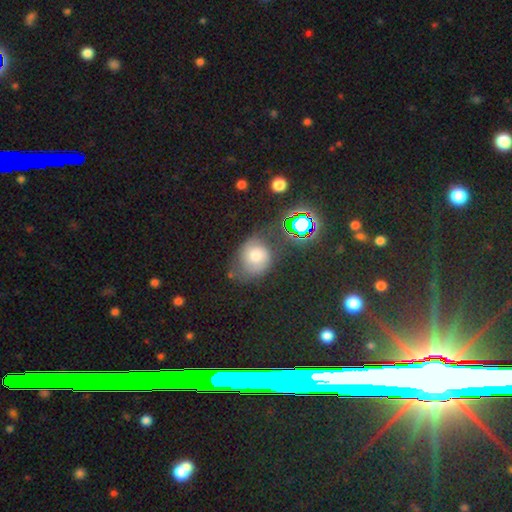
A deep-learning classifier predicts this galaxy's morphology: This appears to be a smooth galaxy with no disk features (53%) that is round (66%). Merging: none (48%).